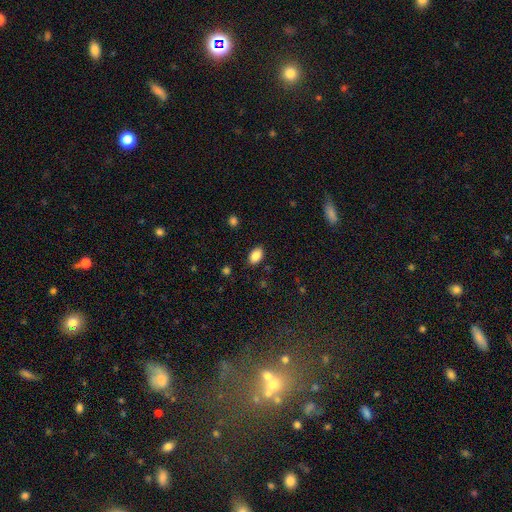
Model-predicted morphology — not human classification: type=smooth (87%); roundness=in between (89%); merging=none (86%).